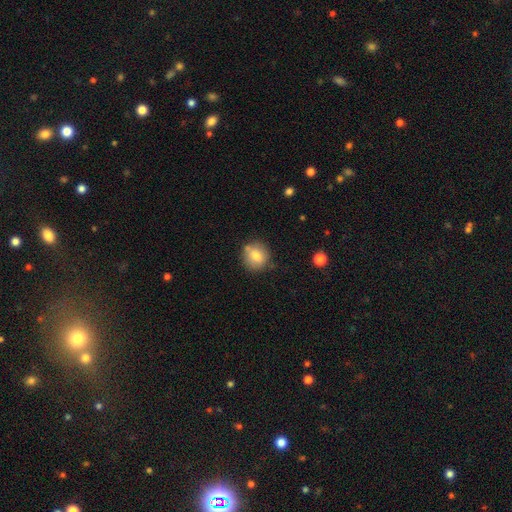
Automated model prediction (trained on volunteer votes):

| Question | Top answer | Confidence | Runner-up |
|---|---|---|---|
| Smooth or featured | smooth | 77% | featured or disk (13%) |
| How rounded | round | 86% | in between (13%) |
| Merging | none | 76% | minor disturbance (15%) |